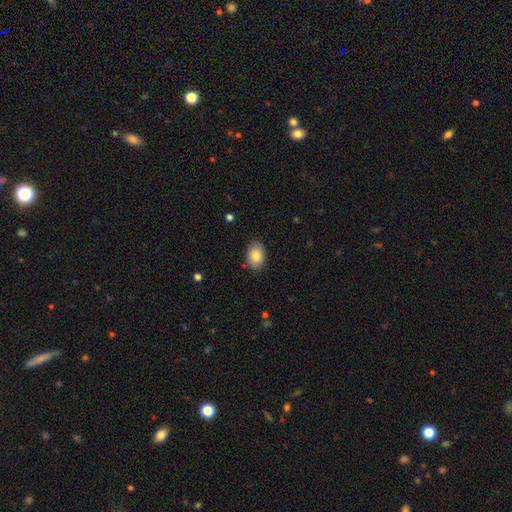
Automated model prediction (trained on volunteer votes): Morphology: type=smooth (84%); roundness=in between (84%); merging=none (86%).